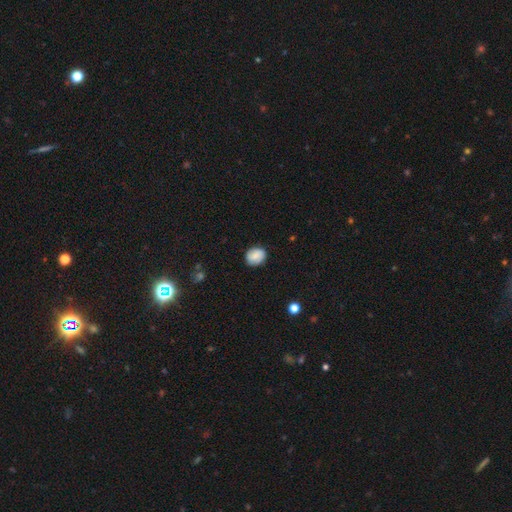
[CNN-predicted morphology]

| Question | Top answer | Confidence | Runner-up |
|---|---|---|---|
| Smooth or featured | smooth | 73% | featured or disk (19%) |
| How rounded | round | 61% | in between (38%) |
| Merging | none | 82% | minor disturbance (14%) |